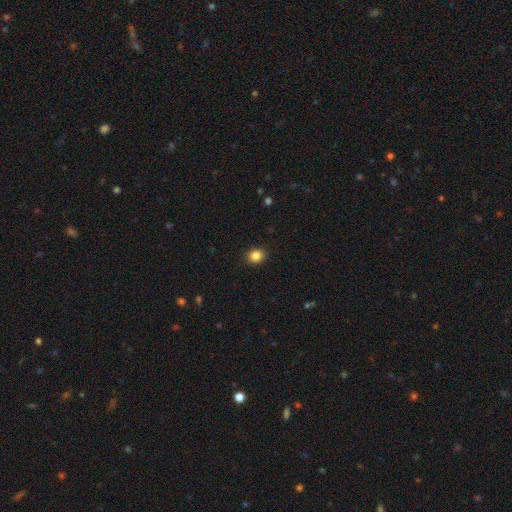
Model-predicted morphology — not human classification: This appears to be a smooth galaxy with no disk features (85%) that is round (59%). Merging: none (91%).